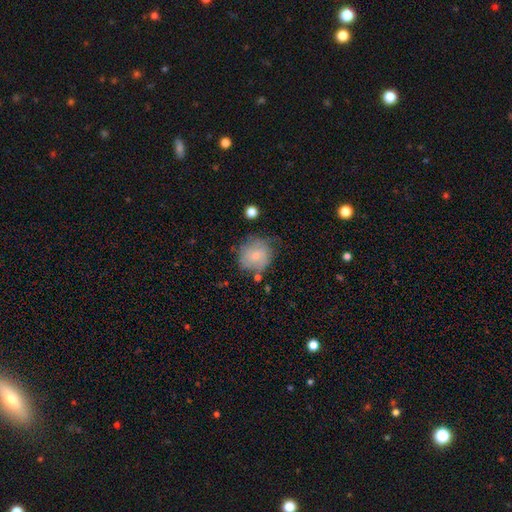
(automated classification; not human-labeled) smooth_or_featured: featured or disk (p=0.46) [tied with: smooth p=0.46]
merging: none (p=0.58) [alt: minor disturbance p=0.26]